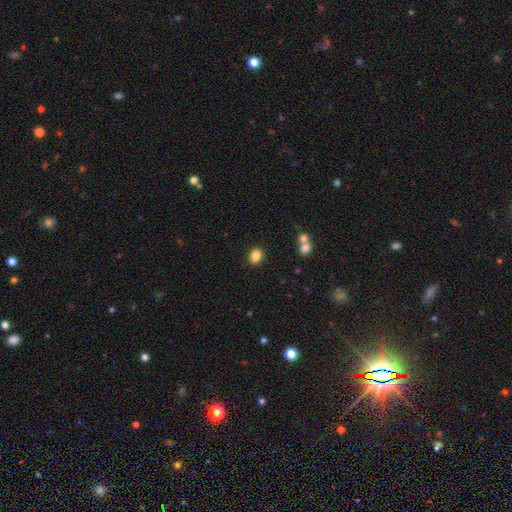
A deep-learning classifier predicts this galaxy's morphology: Q: Smooth or featured?
A: smooth (85%); runner-up: star or artifact (10%)
Q: How rounded?
A: round (55%); runner-up: in between (44%)
Q: Merging?
A: none (88%); runner-up: minor disturbance (7%)